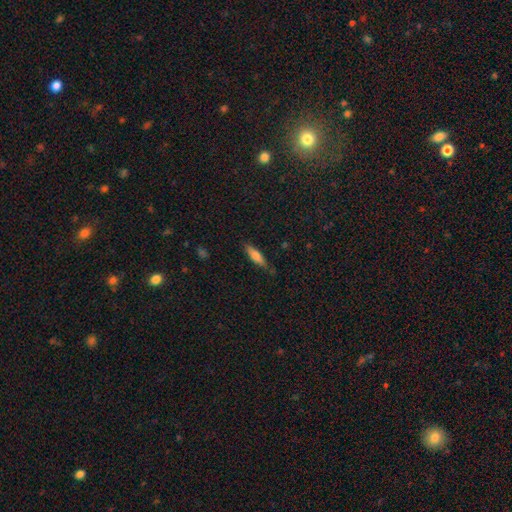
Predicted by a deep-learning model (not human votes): smooth 67%, featured or disk 26%, star or artifact 7%. Down the decision tree: how rounded — cigar-shaped (63%); merging — none (78%).